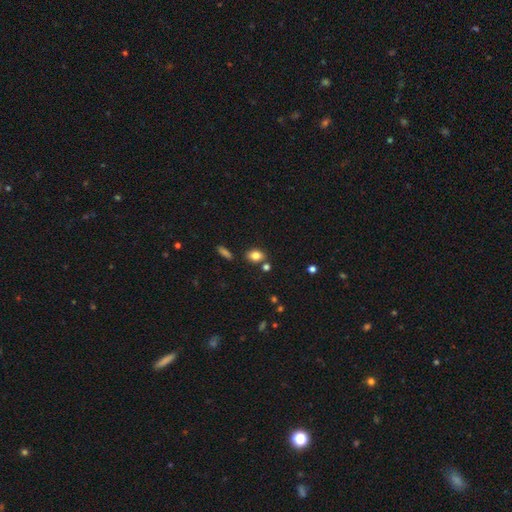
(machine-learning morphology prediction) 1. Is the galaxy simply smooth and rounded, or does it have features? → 81% smooth, 10% star or artifact, 9% featured or disk.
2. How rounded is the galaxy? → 71% in between, 27% round, 2% cigar-shaped.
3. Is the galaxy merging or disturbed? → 75% none, 12% minor disturbance, 11% merger, 3% major disturbance.